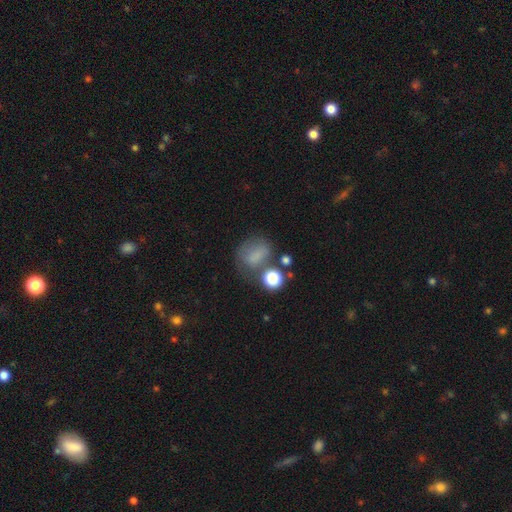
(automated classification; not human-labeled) Smooth or featured? Predicted: smooth (p=0.68). How rounded? Predicted: round (p=0.50). Merging? Predicted: none (p=0.46).